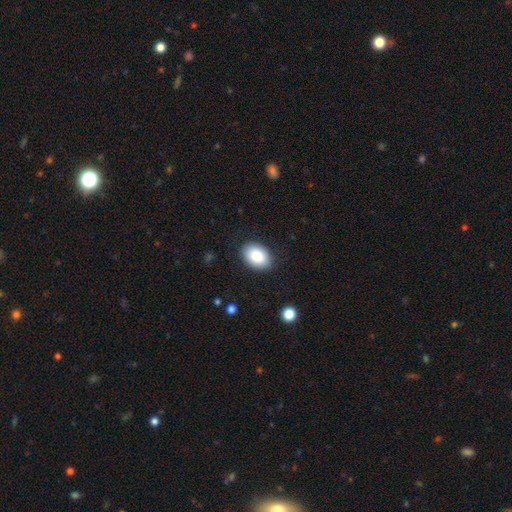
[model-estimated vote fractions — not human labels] This appears to be a smooth galaxy with no disk features (89%) that is in between round and cigar-shaped (84%). Merging: none (87%).